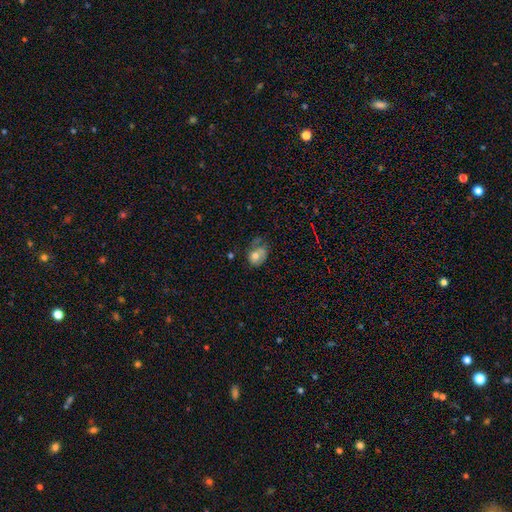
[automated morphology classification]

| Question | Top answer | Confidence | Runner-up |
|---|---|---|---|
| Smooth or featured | smooth | 64% | featured or disk (27%) |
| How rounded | in between | 59% | round (40%) |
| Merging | none | 34% | tied: minor disturbance (34%) |